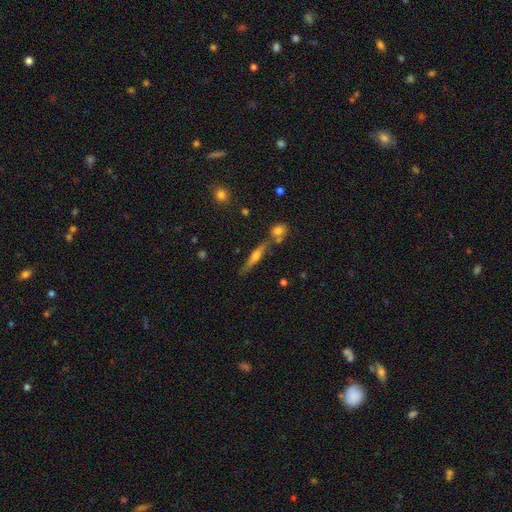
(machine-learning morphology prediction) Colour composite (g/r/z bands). It shows a featured or disk galaxy (61%) viewed edge-on (95%) with a rounded central bulge (87%). Merging: none (73%).